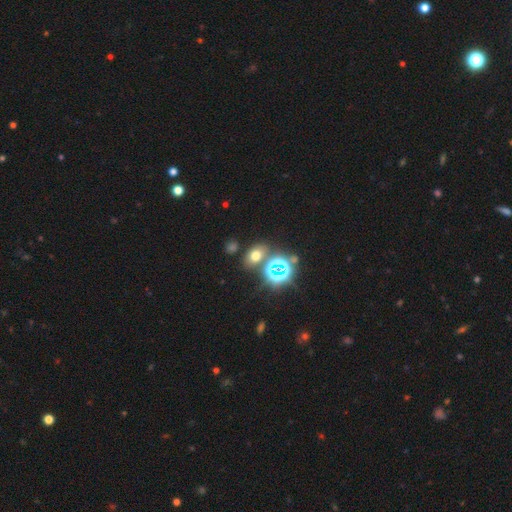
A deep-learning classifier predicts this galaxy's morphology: Smooth or featured: smooth — 56% (star or artifact — 33%)
How rounded: in between — 67% (round — 31%)
Merging: none — 76% (minor disturbance — 10%)